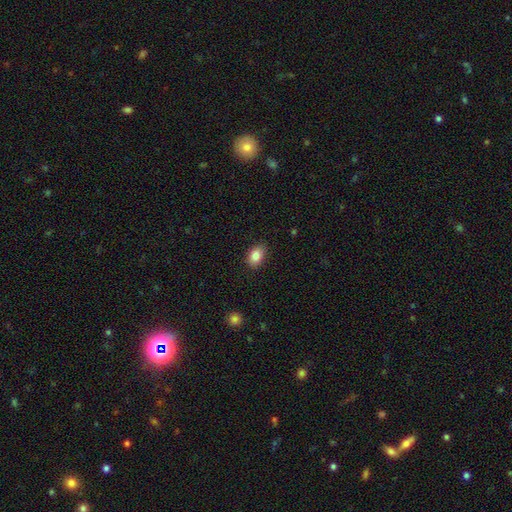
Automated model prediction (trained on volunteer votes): smooth 85%, star or artifact 8%, featured or disk 6%. Down the decision tree: how rounded — in between (80%); merging — none (87%).